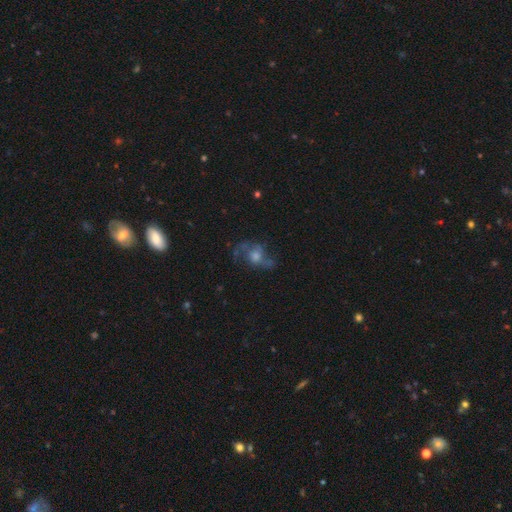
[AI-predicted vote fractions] Smooth or featured?
  - featured or disk: 68% *
  - smooth: 19%
  - star or artifact: 13%
Edge-on disk?
  - no: 96% *
  - yes: 4%
Bar?
  - no: 70% *
  - weak: 25%
  - strong: 4%
Spiral arms?
  - yes: 83% *
  - no: 17%
Spiral winding?
  - loose: 55% *
  - medium: 37%
  - tight: 9%
Spiral arm count?
  - 2: 72% *
  - can't tell: 12%
  - 3: 6%
  - 1: 5%
  - 4: 3%
  - more than 4: 2%
Bulge size?
  - moderate: 47% *
  - large: 23%
  - small: 19%
  - none: 7%
  - dominant: 3%
Merging?
  - none: 57% *
  - major disturbance: 23%
  - minor disturbance: 18%
  - merger: 3%